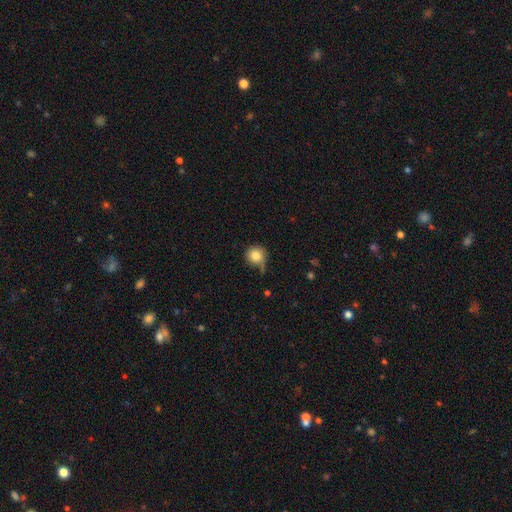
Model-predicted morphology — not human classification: Smooth or featured: smooth — 82% (star or artifact — 9%)
How rounded: round — 90% (in between — 9%)
Merging: none — 58% (minor disturbance — 26%)